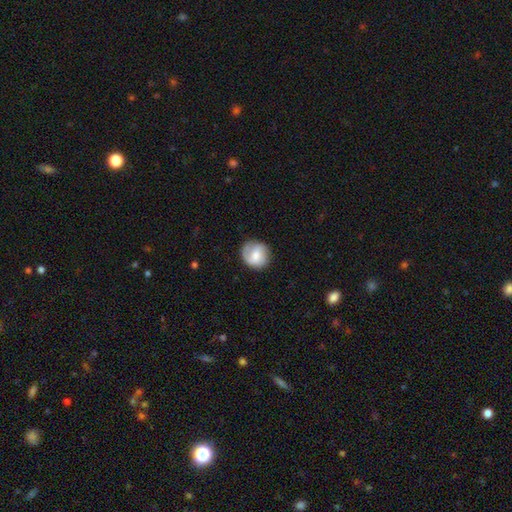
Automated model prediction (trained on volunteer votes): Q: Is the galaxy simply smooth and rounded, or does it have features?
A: smooth — 58%.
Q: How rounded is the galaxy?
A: round — 87%.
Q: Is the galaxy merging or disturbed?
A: none — 75%.